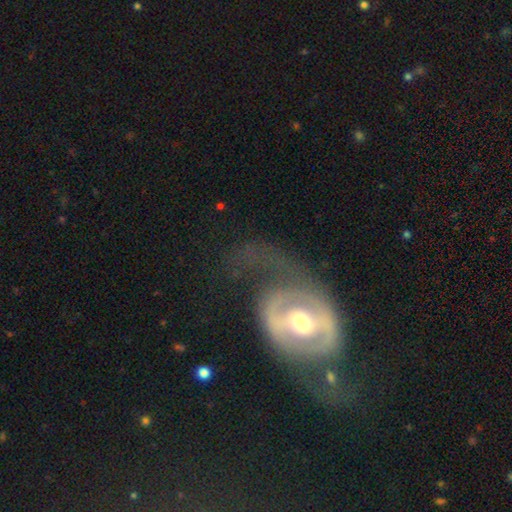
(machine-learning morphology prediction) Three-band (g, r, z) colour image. It shows a featured or disk galaxy (80%) with a strong bar (39%), spiral arms (65%) and a moderate central bulge (72%). Merging: none (54%).